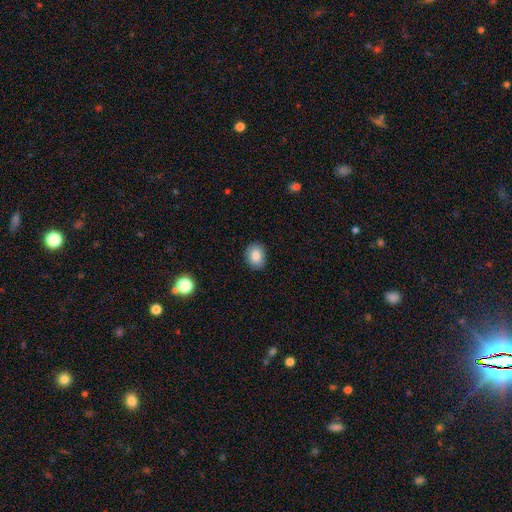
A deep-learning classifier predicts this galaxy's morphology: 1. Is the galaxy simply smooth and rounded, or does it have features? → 85% smooth, 8% star or artifact, 7% featured or disk.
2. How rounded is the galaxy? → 63% in between, 36% round, 1% cigar-shaped.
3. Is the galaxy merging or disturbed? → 87% none, 10% minor disturbance, 2% major disturbance, 1% merger.